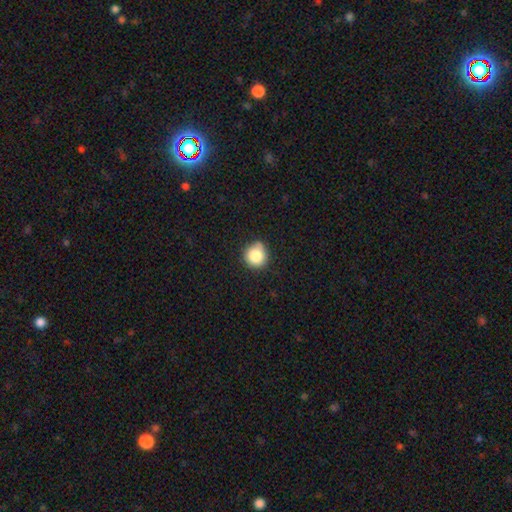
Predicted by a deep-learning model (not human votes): Morphology: type=smooth (83%); roundness=round (91%); merging=none (74%).